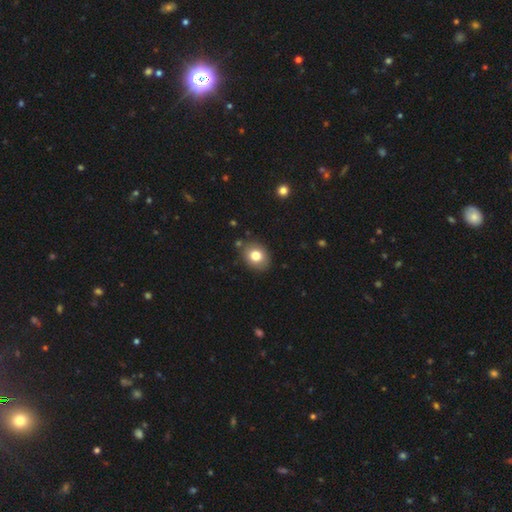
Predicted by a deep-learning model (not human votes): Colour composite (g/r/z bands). It shows a smooth galaxy with no disk features (79%) that is round (55%). Merging: none (85%).